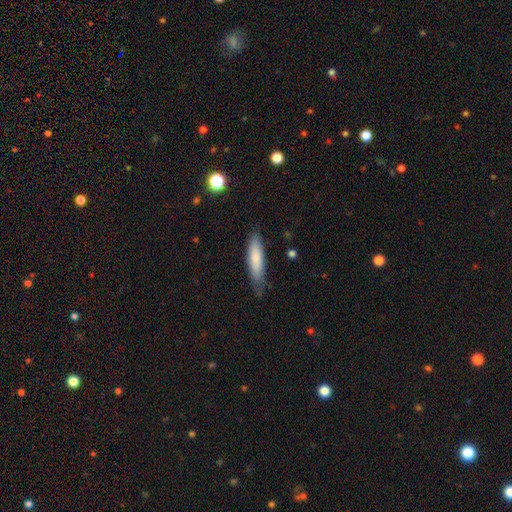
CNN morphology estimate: Q: Smooth or featured?
A: smooth (79%); runner-up: featured or disk (15%)
Q: How rounded?
A: cigar-shaped (73%); runner-up: in between (26%)
Q: Merging?
A: none (77%); runner-up: minor disturbance (19%)